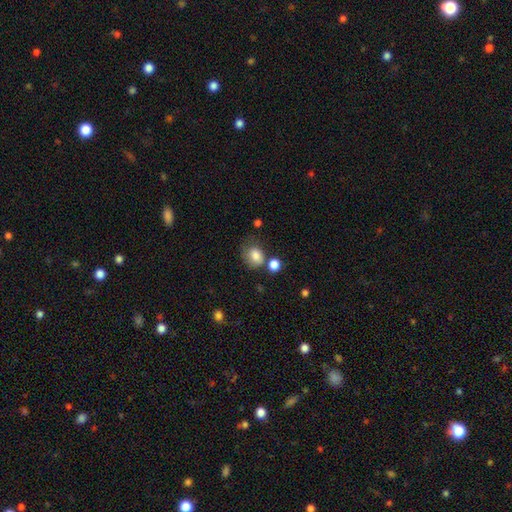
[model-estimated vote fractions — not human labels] A smooth galaxy with no disk features (82%) that is round (51%).

Vote fractions:
- Smooth or featured? smooth: 82% / star or artifact: 10% / featured or disk: 8%
- How rounded? round: 51% / in between: 48% / cigar-shaped: 1%
- Merging? none: 47% / minor disturbance: 24% / merger: 17% / major disturbance: 12%